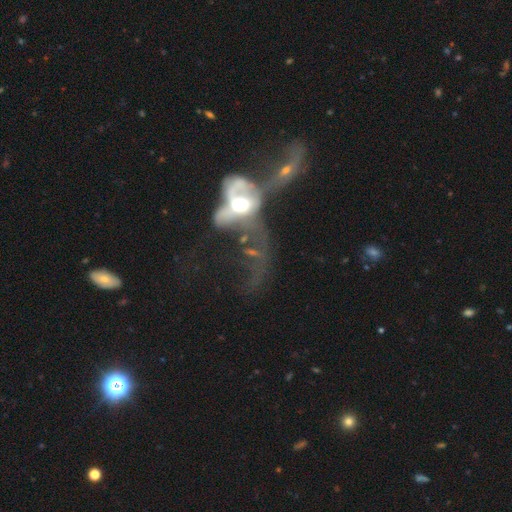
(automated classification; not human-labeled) Smooth or featured?
  - featured or disk: 63% *
  - smooth: 23%
  - star or artifact: 13%
Edge-on disk?
  - no: 91% *
  - yes: 9%
Bar?
  - no: 74% *
  - weak: 18%
  - strong: 8%
Spiral arms?
  - no: 61% *
  - yes: 39%
Bulge size?
  - moderate: 60% *
  - large: 20%
  - small: 11%
  - none: 4%
  - dominant: 4%
Merging?
  - merger: 53% *
  - major disturbance: 36%
  - none: 6%
  - minor disturbance: 5%